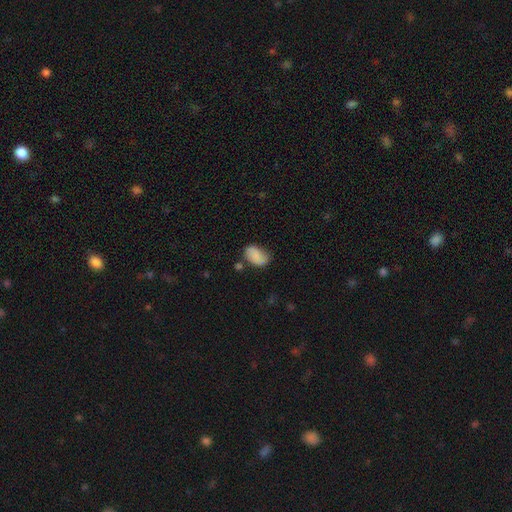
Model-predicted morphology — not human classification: Smooth or featured?
  - smooth: 76% *
  - featured or disk: 15%
  - star or artifact: 8%
How rounded?
  - in between: 87% *
  - round: 12%
  - cigar-shaped: 1%
Merging?
  - none: 53% *
  - minor disturbance: 31%
  - major disturbance: 9%
  - merger: 7%